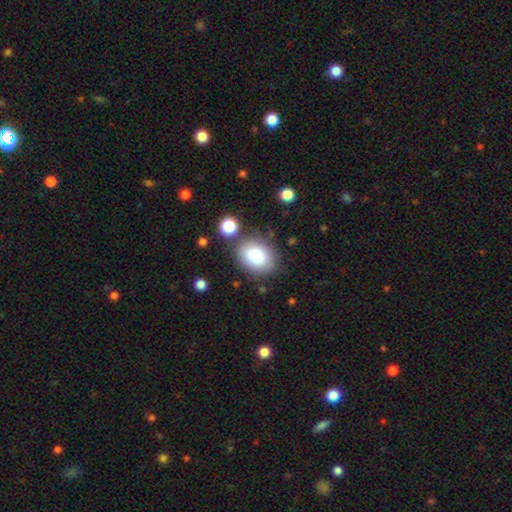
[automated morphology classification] A smooth galaxy with no disk features (84%) that is in between round and cigar-shaped (57%).

Vote fractions:
- Smooth or featured? smooth: 84% / star or artifact: 9% / featured or disk: 7%
- How rounded? in between: 57% / round: 42% / cigar-shaped: 1%
- Merging? none: 74% / minor disturbance: 13% / merger: 8% / major disturbance: 5%